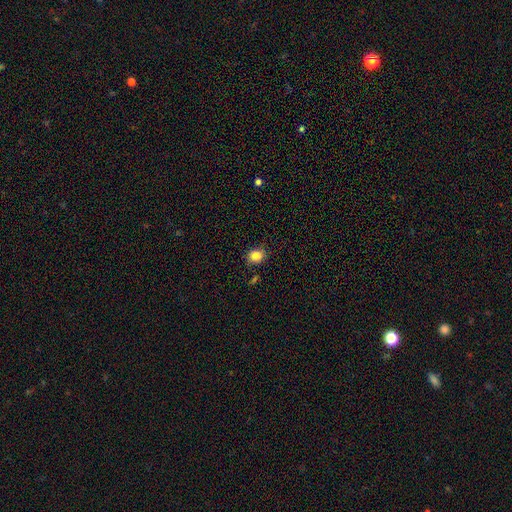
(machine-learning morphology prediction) A smooth galaxy with no disk features (85%) that is round (62%). Merging: none (79%).